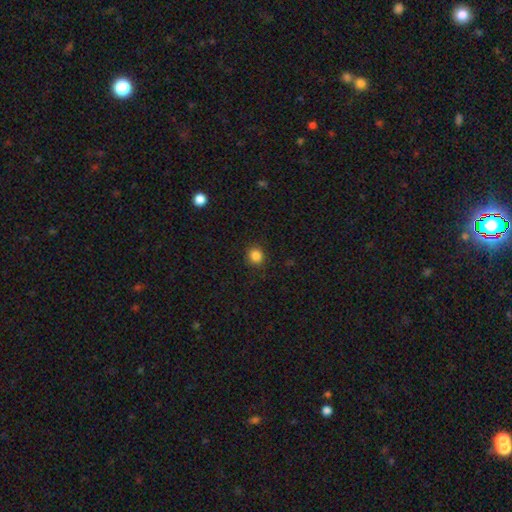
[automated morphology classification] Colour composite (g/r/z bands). It shows a smooth galaxy with no disk features (86%) that is round (89%). Merging: none (90%).